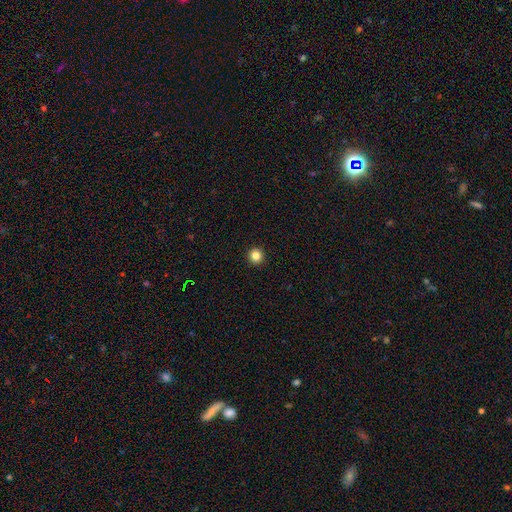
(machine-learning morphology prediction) This appears to be a smooth galaxy with no disk features (84%) that is round (95%). Merging: none (94%).